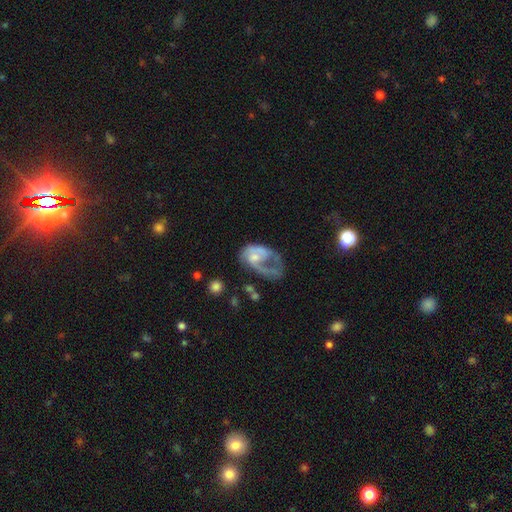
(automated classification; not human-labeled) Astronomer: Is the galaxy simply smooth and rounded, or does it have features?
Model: featured or disk — 68%.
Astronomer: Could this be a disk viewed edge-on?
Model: no — 97%.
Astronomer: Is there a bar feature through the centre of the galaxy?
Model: no — 68%.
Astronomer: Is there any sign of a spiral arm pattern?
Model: yes — 69%.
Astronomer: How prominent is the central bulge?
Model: moderate — 39%, tied with small at 39%.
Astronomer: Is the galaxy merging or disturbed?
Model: major disturbance — 54%.